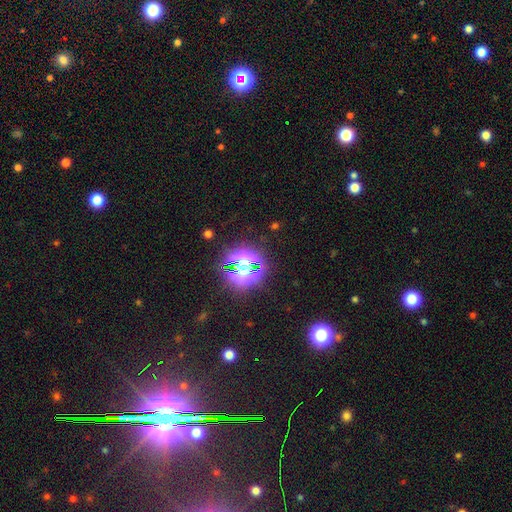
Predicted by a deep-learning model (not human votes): Q: Smooth or featured?
A: star or artifact (81%); runner-up: smooth (12%)